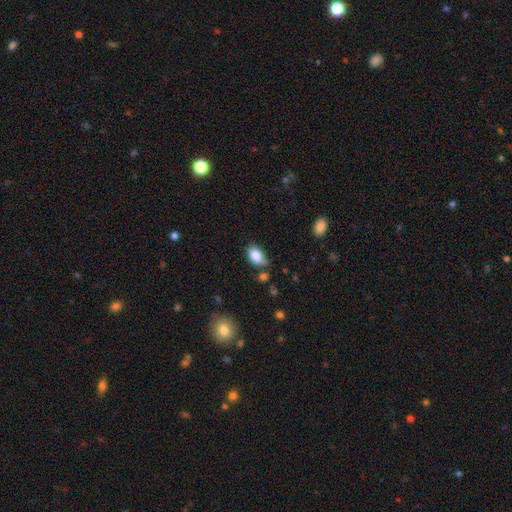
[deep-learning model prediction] smooth-or-featured: smooth: 85% | star or artifact: 8% | featured or disk: 7%
  how-rounded: in between: 87% | round: 11% | cigar-shaped: 2%
  merging: none: 59% | minor disturbance: 29% | major disturbance: 6% | merger: 6%